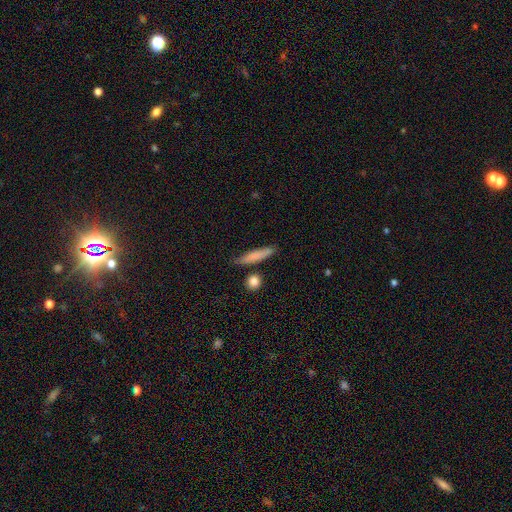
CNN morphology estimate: type=smooth (75%); roundness=cigar-shaped (88%); merging=none (79%).